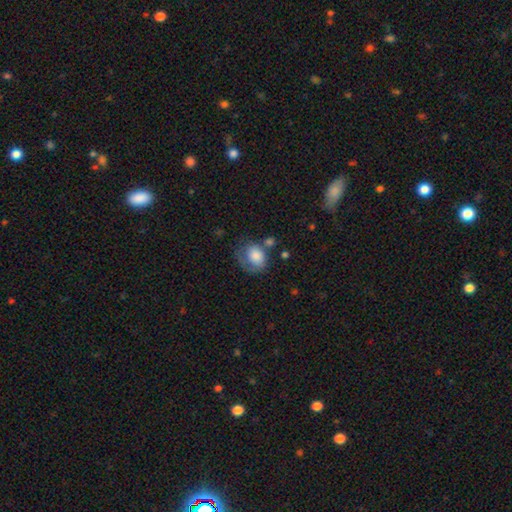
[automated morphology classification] smooth_or_featured: smooth (p=0.74) [alt: featured or disk p=0.19]
how_rounded: round (p=0.53) [alt: in between p=0.46]
merging: none (p=0.37) [alt: minor disturbance p=0.28]